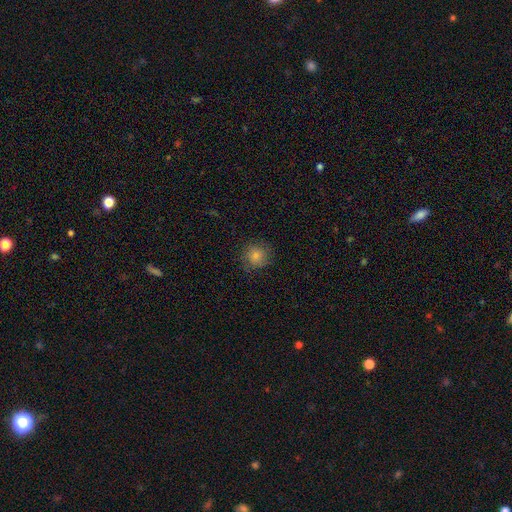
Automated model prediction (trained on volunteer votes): smooth_or_featured: smooth (p=0.72) [alt: star or artifact p=0.14]
how_rounded: round (p=0.90) [alt: in between p=0.09]
merging: none (p=0.81) [alt: minor disturbance p=0.13]